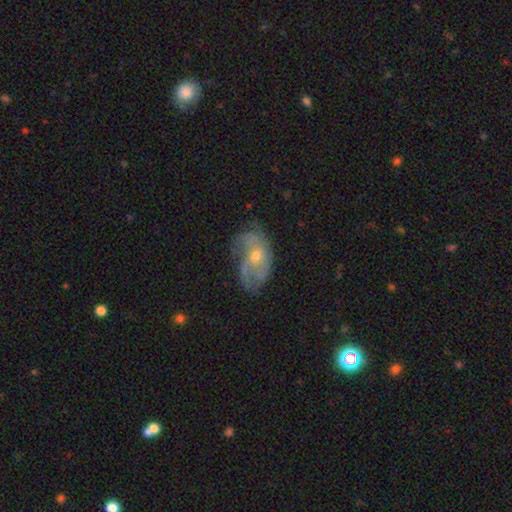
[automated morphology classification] Overall: featured or disk (69%). Edge-on disk: no (96%). Bar: no (78%). Spiral arms: yes (79%). Spiral arm count: can't tell (34%; 3 26%). Spiral winding: medium (41%; tight 32%). Bulge size: small (50%; moderate 46%). Merging: none (48%; minor disturbance 28%).